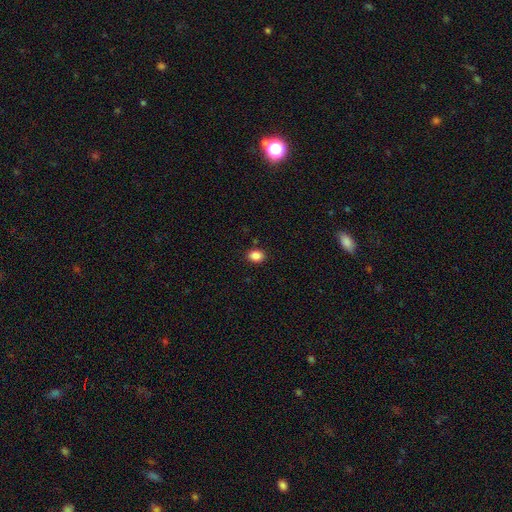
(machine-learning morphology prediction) Smooth or featured? Predicted: smooth (p=0.87). How rounded? Predicted: in between (p=0.62). Merging? Predicted: none (p=0.89).